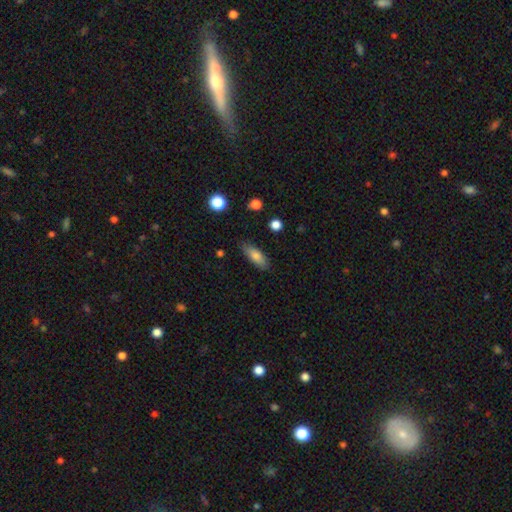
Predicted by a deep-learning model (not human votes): Overall: smooth (80%). How rounded: in between (67%; cigar-shaped 31%). Merging: none (82%).